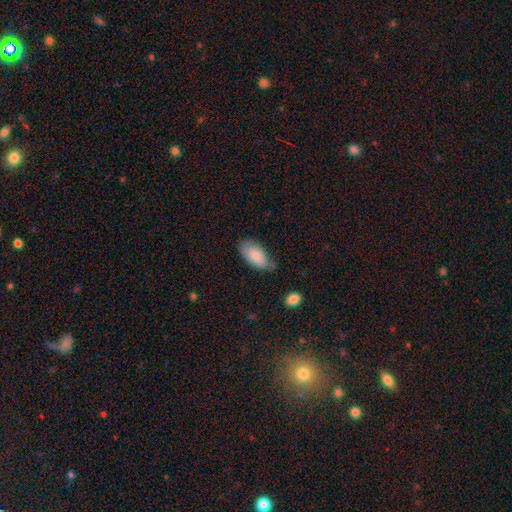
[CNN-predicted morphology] smooth 81%, featured or disk 12%, star or artifact 6%. Down the decision tree: how rounded — in between (94%); merging — none (60%).